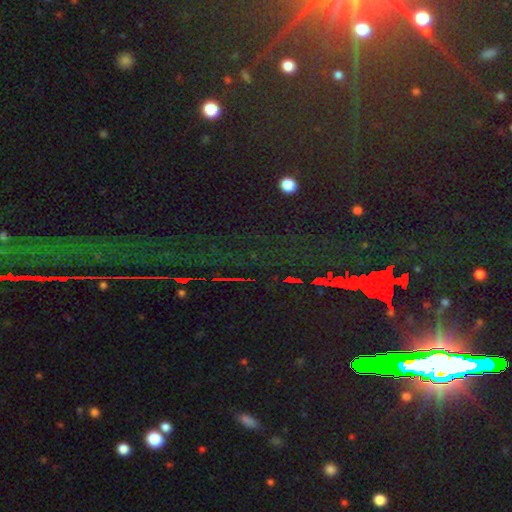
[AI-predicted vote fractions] smooth-or-featured: star or artifact: 81% | smooth: 10% | featured or disk: 9%